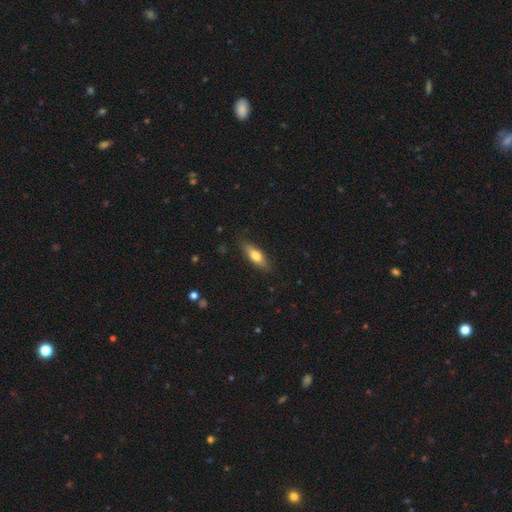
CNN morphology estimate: Smooth or featured? Predicted: smooth (p=0.69). How rounded? Predicted: in between (p=0.56). Merging? Predicted: none (p=0.84).